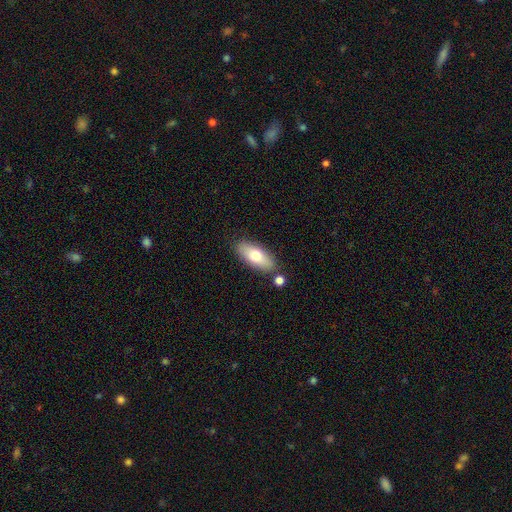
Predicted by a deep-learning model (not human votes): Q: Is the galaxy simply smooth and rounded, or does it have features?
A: smooth — 70%.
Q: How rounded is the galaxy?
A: in between — 80%.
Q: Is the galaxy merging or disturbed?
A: none — 80%.